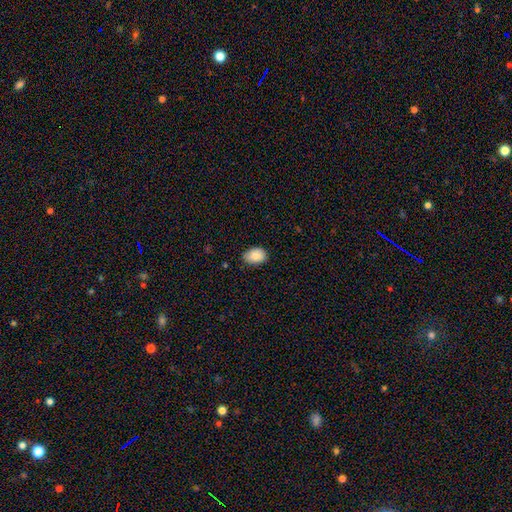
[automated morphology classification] The model was most divided on "merging": none: 76%, minor disturbance: 20%, major disturbance: 3%, merger: 1%. More confident: smooth or featured — smooth (87%); how rounded — in between (78%).